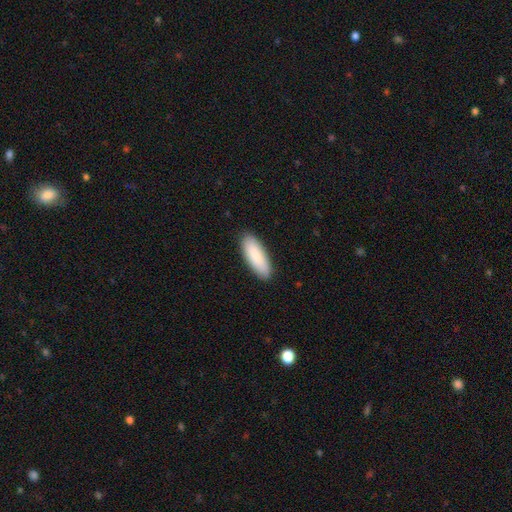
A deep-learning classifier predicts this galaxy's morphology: This is clearly a smooth galaxy (89%). How rounded: likely in between (69%). Merging: clearly none (89%).